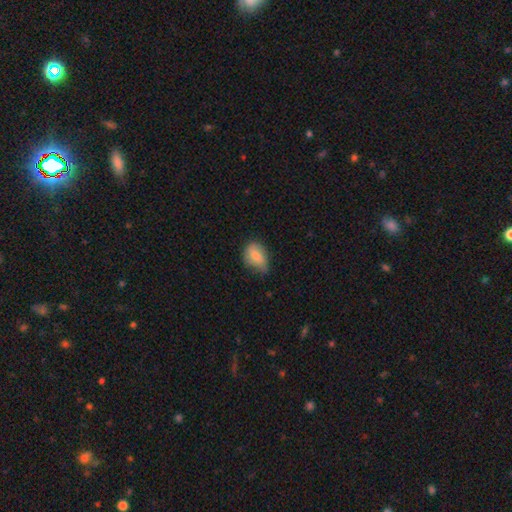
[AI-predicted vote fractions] The model was most divided on "merging": minor disturbance: 46%, none: 41%, major disturbance: 11%, merger: 2%. More confident: how rounded — in between (80%); smooth or featured — smooth (75%).